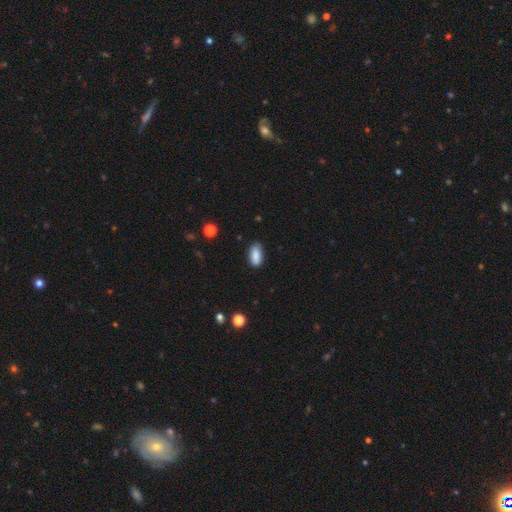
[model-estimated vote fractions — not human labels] Overall: smooth (88%). How rounded: in between (89%). Merging: none (81%).